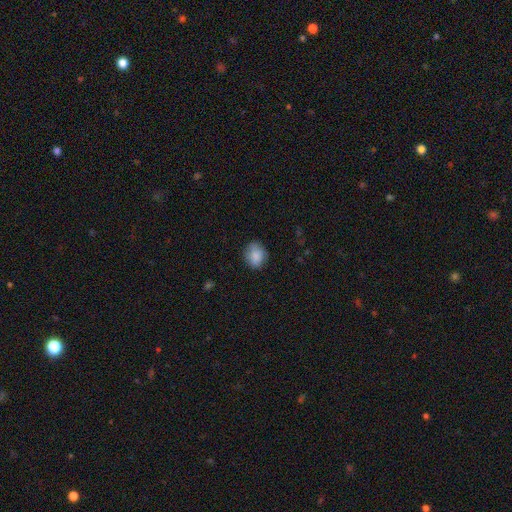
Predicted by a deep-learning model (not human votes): Smooth or featured?
  - smooth: 86% *
  - star or artifact: 8%
  - featured or disk: 6%
How rounded?
  - round: 58% *
  - in between: 41%
  - cigar-shaped: 1%
Merging?
  - none: 80% *
  - minor disturbance: 16%
  - major disturbance: 3%
  - merger: 1%